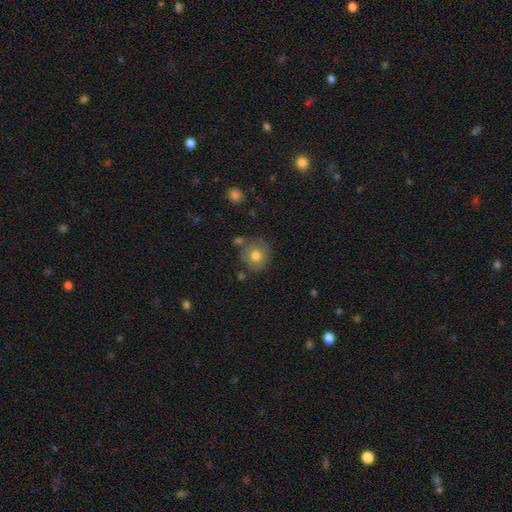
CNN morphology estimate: type=smooth (71%); roundness=round (87%); merging=none (72%).